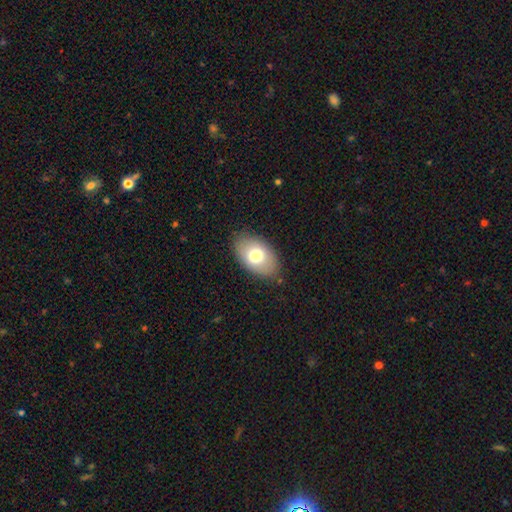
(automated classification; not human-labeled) Smooth or featured: smooth — 73% (featured or disk — 19%)
How rounded: in between — 92% (round — 7%)
Merging: none — 83% (minor disturbance — 13%)